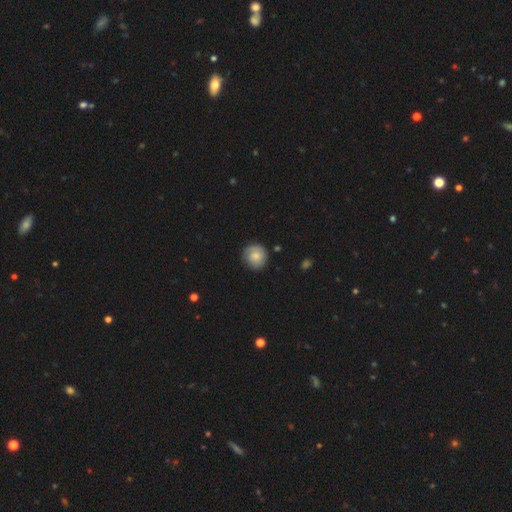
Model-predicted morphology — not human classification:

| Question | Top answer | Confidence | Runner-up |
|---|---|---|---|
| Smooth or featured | smooth | 68% | featured or disk (25%) |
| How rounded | round | 91% | in between (8%) |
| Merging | none | 78% | minor disturbance (16%) |